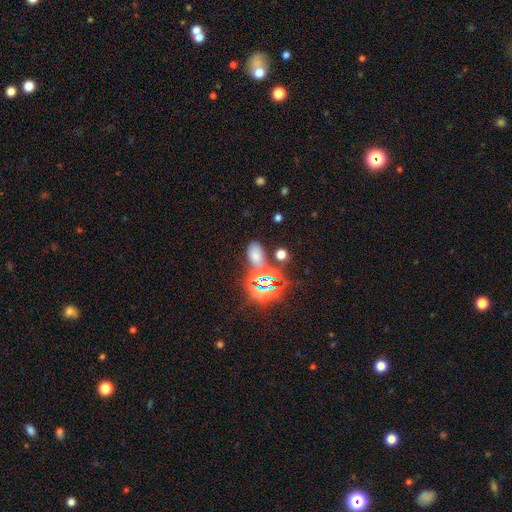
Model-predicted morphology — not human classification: smooth 55%, star or artifact 36%, featured or disk 8%. Down the decision tree: how rounded — in between (88%); merging — none (65%).